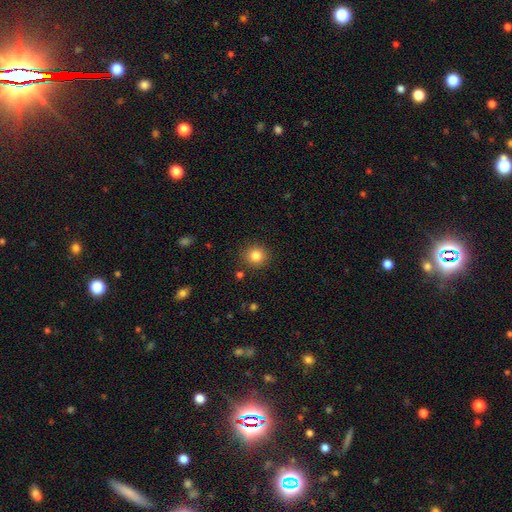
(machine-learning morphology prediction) A smooth galaxy with no disk features (84%) that is round (91%).

Vote fractions:
- Smooth or featured? smooth: 84% / star or artifact: 11% / featured or disk: 5%
- How rounded? round: 91% / in between: 8% / cigar-shaped: 1%
- Merging? none: 88% / minor disturbance: 7% / major disturbance: 2% / merger: 2%